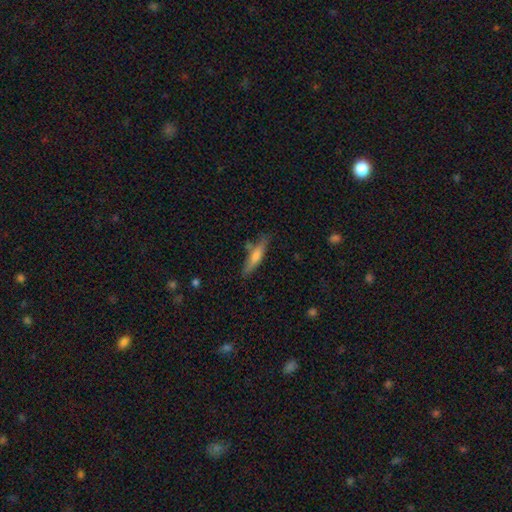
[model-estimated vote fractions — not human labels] smooth 58%, featured or disk 35%, star or artifact 7%. Down the decision tree: how rounded — cigar-shaped (82%); merging — none (74%).